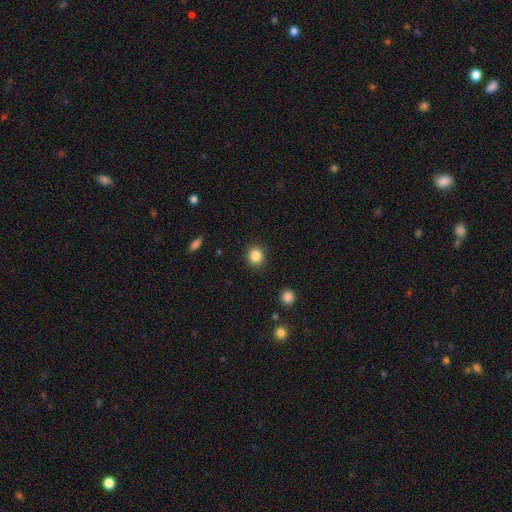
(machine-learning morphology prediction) Smooth or featured: smooth — 85% (star or artifact — 10%)
How rounded: round — 84% (in between — 16%)
Merging: none — 90% (minor disturbance — 6%)